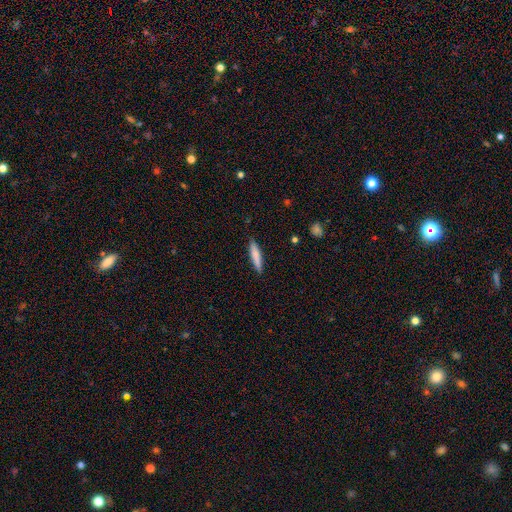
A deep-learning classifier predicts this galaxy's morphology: Smooth or featured: smooth — 75% (featured or disk — 19%)
How rounded: cigar-shaped — 86% (in between — 12%)
Merging: none — 88% (minor disturbance — 9%)